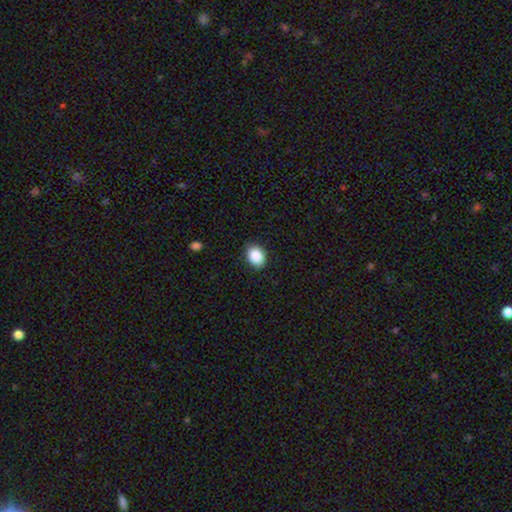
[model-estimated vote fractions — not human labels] The model was most divided on "how rounded": in between: 64%, round: 35%, cigar-shaped: 1%. More confident: merging — none (88%); smooth or featured — smooth (88%).